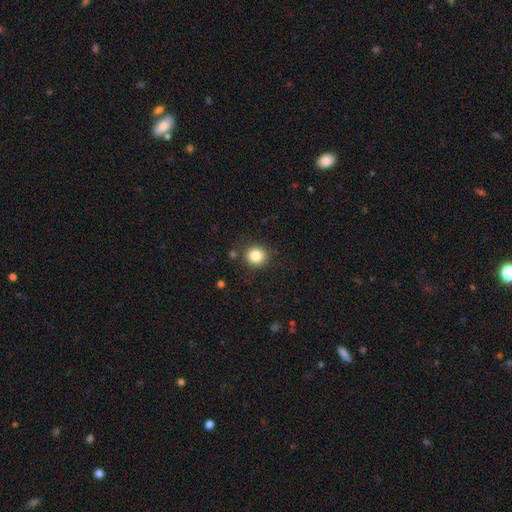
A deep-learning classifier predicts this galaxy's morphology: Overall: smooth (83%). How rounded: round (87%). Merging: none (86%).